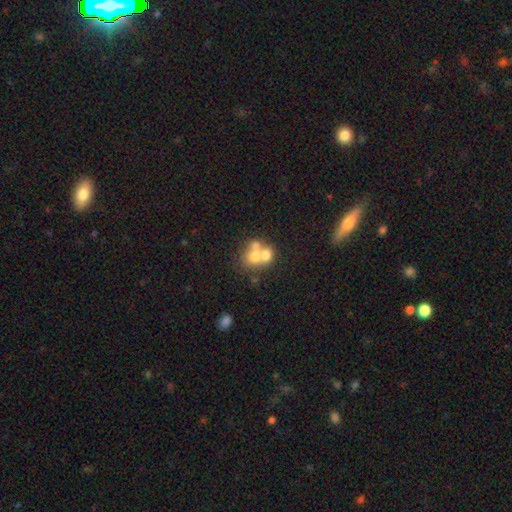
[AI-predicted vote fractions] Morphology: type=smooth (60%); roundness=round (68%); merging=merger (63%).